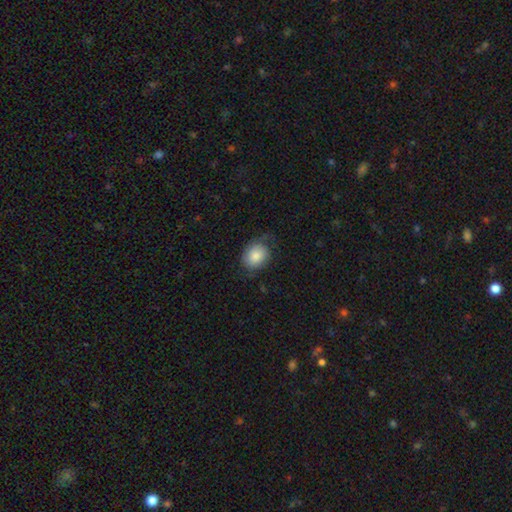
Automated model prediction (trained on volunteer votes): Overall: smooth (77%). How rounded: round (50%; in between 49%). Merging: none (59%; minor disturbance 27%).